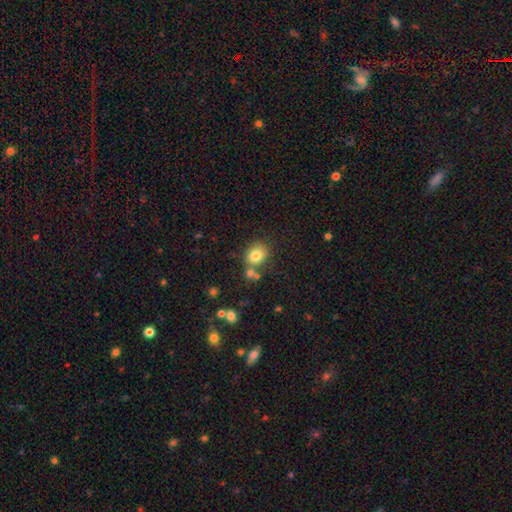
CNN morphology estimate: A smooth galaxy with no disk features (79%) that is round (62%). Merging: none (66%).